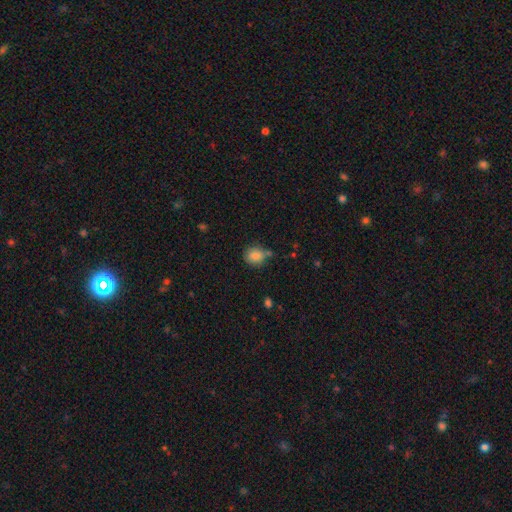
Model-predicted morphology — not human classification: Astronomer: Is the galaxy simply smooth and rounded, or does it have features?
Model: smooth — 85%.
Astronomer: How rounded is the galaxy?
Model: round — 72%.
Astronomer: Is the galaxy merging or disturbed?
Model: none — 69%.